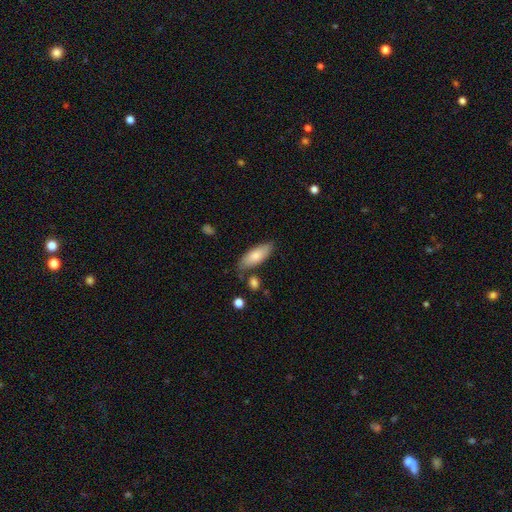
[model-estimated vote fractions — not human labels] A smooth galaxy with no disk features (78%) that is in between round and cigar-shaped (76%).

Vote fractions:
- Smooth or featured? smooth: 78% / featured or disk: 16% / star or artifact: 6%
- How rounded? in between: 76% / cigar-shaped: 22% / round: 2%
- Merging? none: 75% / minor disturbance: 17% / merger: 5% / major disturbance: 3%